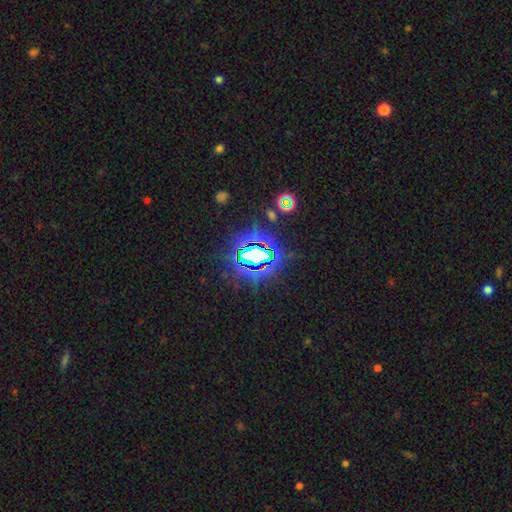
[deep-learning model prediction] smooth_or_featured: star or artifact (p=0.75) [alt: smooth p=0.14]